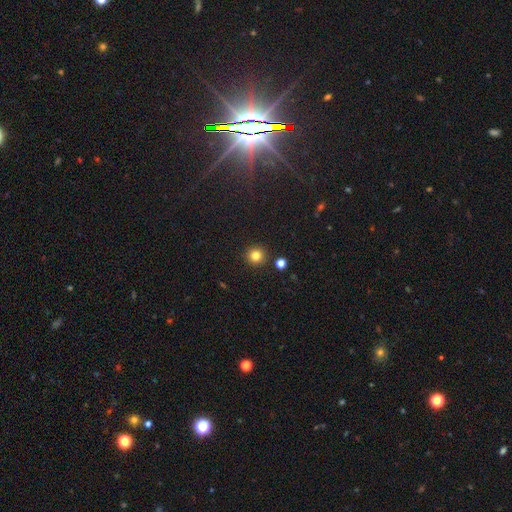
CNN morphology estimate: smooth 81%, star or artifact 14%, featured or disk 6%. Down the decision tree: how rounded — round (94%); merging — none (90%).